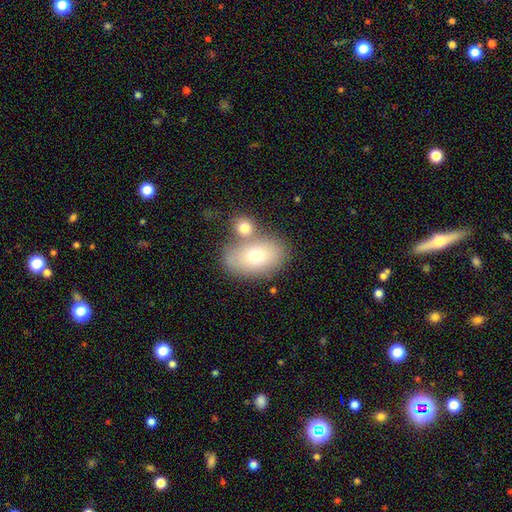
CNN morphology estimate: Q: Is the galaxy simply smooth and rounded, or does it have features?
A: smooth — 70%.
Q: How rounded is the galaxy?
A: in between — 85%.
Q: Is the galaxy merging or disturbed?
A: none — 55%.